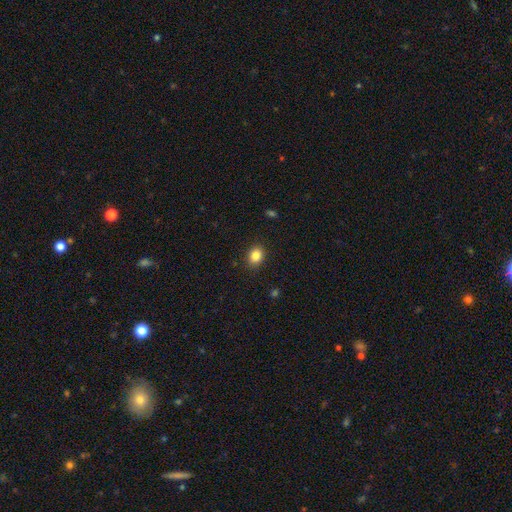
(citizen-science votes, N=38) Morphology: type=smooth (89%); roundness=in between (68%); merging=none (97%).